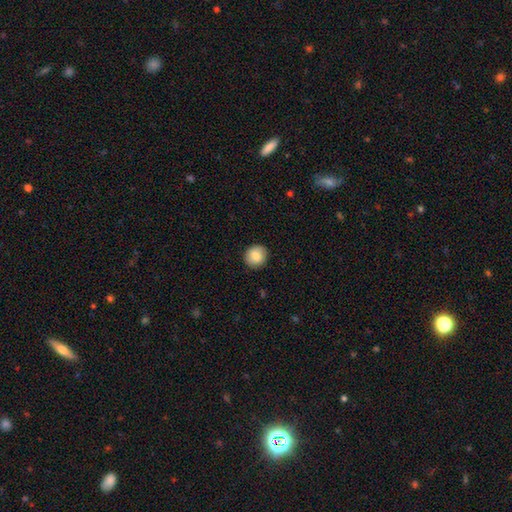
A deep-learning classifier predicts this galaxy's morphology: A smooth galaxy with no disk features (82%) that is round (84%). Merging: none (90%).